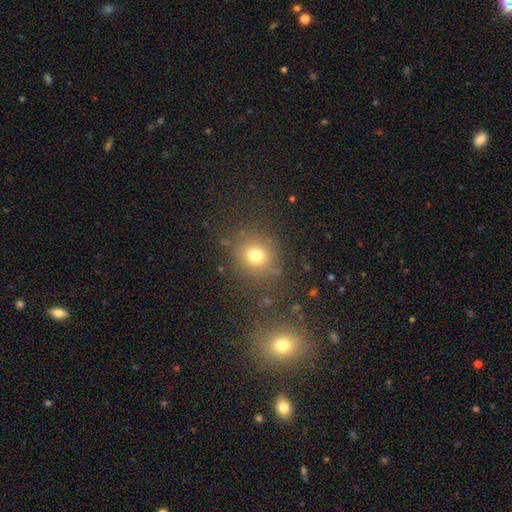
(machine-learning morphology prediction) Q: Smooth or featured?
A: smooth (74%); runner-up: star or artifact (17%)
Q: How rounded?
A: round (79%); runner-up: in between (19%)
Q: Merging?
A: none (80%); runner-up: minor disturbance (11%)